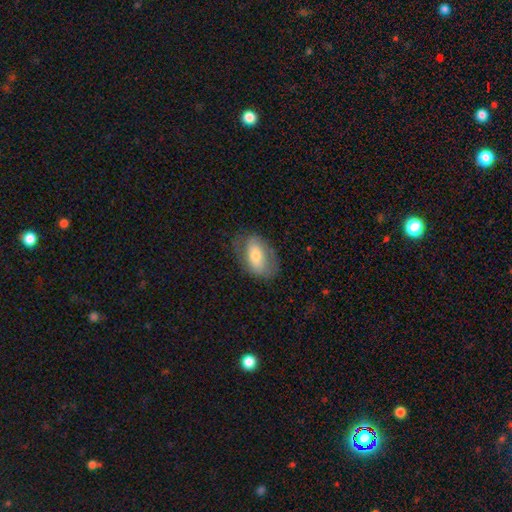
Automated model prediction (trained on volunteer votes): This is possibly a smooth galaxy (56%). How rounded: clearly in between (91%). Merging: likely none (67%).